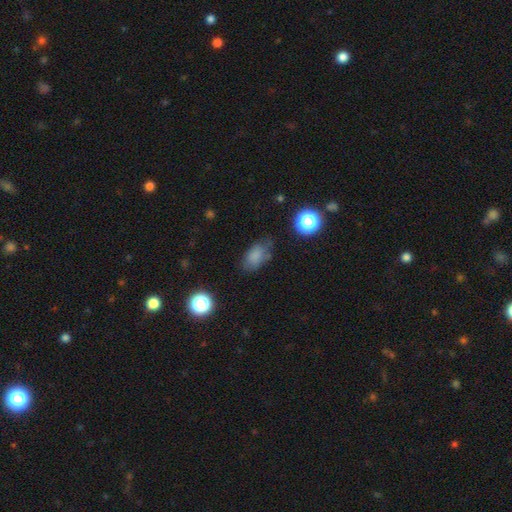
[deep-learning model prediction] Smooth or featured? Predicted: smooth (p=0.79). How rounded? Predicted: in between (p=0.86). Merging? Predicted: none (p=0.64).